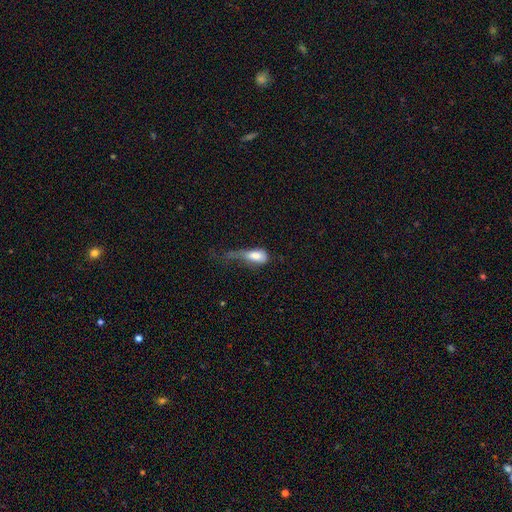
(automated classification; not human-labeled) This appears to be a smooth galaxy with no disk features (75%) that is in between round and cigar-shaped (81%). Merging: major disturbance (54%).